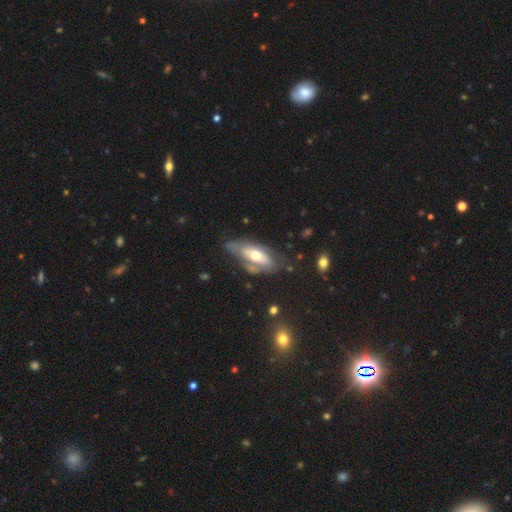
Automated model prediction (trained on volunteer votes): featured or disk 51%, smooth 43%, star or artifact 6%. Down the decision tree: edge-on disk — no (72%); merging — none (51%).